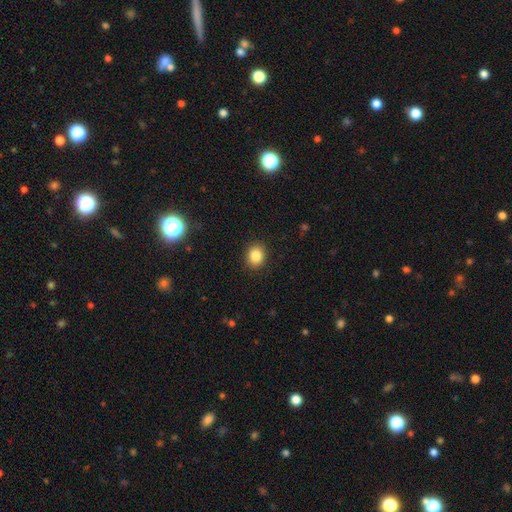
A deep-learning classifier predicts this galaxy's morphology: smooth 85%, star or artifact 10%, featured or disk 5%. Down the decision tree: how rounded — round (69%); merging — none (90%).